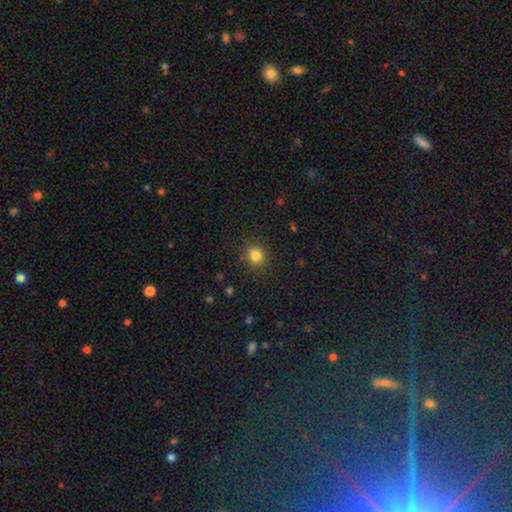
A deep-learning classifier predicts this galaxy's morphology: A smooth galaxy with no disk features (81%) that is round (68%).

Vote fractions:
- Smooth or featured? smooth: 81% / star or artifact: 13% / featured or disk: 6%
- How rounded? round: 68% / in between: 31% / cigar-shaped: 1%
- Merging? none: 79% / minor disturbance: 13% / merger: 4% / major disturbance: 4%